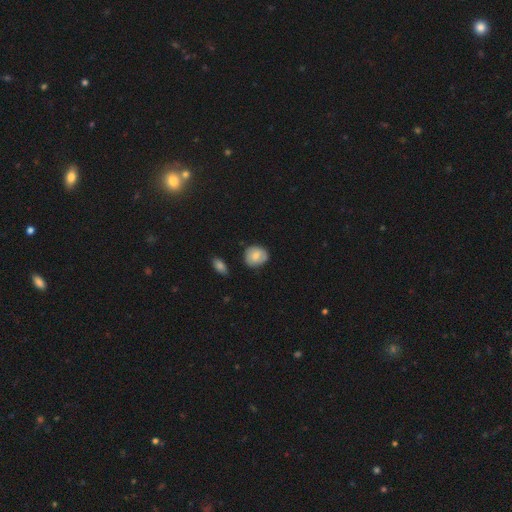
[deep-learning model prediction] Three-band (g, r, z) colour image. It shows a smooth galaxy with no disk features (74%) that is round (70%). Merging: none (71%).